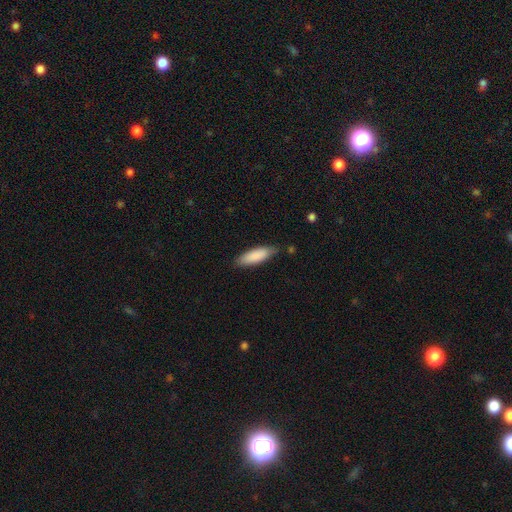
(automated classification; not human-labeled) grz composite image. It shows a smooth galaxy with no disk features (87%) that is in between round and cigar-shaped (54%). Merging: none (80%).